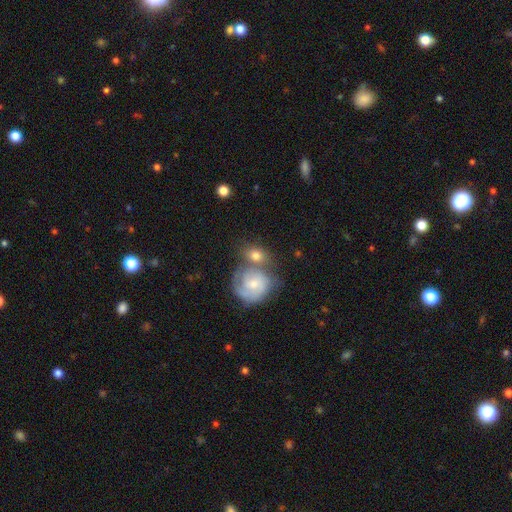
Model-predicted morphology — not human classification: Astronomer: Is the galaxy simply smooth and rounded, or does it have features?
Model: smooth — 55% (runner-up: featured or disk, 37%).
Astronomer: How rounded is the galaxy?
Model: round — 54% (runner-up: in between, 43%).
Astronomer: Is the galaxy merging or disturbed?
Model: none — 45% (runner-up: merger, 36%).